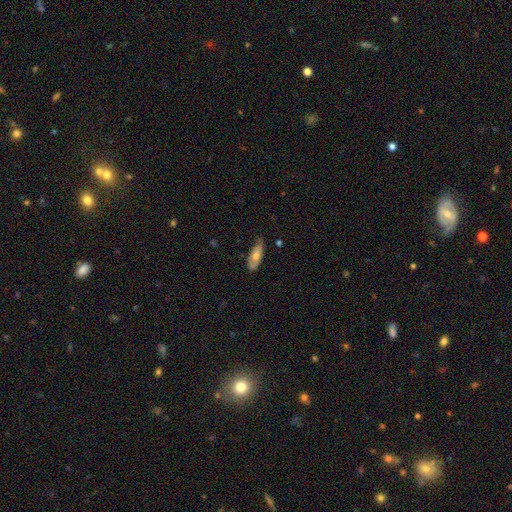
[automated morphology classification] type=smooth (58%); roundness=in between (61%); merging=none (63%).